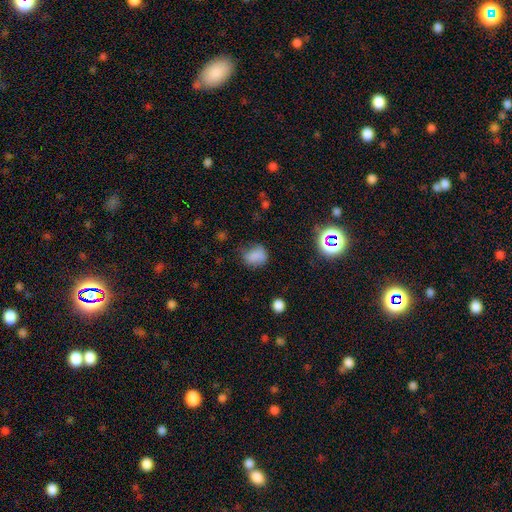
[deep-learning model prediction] This is likely a smooth galaxy (77%). How rounded: possibly in between (57%). Merging: possibly none (56%).